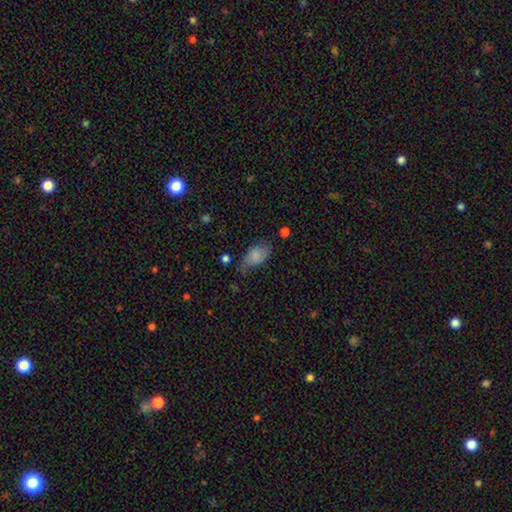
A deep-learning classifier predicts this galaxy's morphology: Overall: smooth (76%). How rounded: in between (91%). Merging: none (43%; minor disturbance 37%).